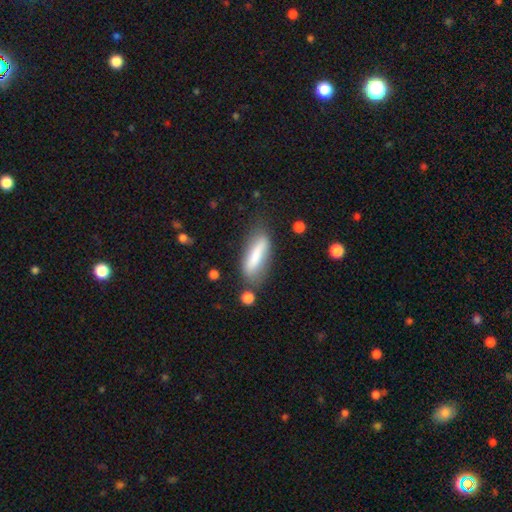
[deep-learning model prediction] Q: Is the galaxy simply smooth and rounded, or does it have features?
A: smooth — 71%.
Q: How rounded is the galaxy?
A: cigar-shaped — 57%.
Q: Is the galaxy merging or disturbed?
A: none — 63%.